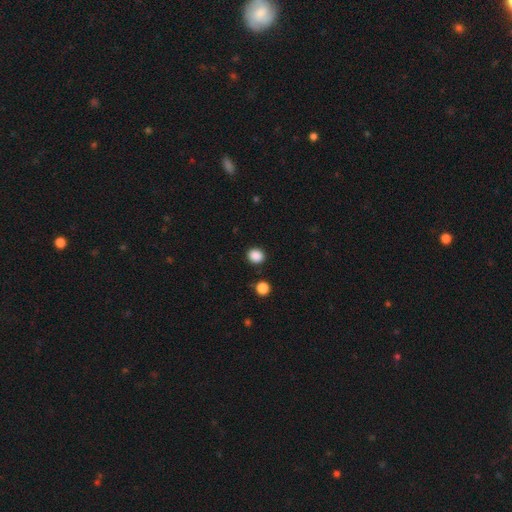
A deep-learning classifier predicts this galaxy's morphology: smooth_or_featured: smooth (p=0.87) [alt: star or artifact p=0.10]
how_rounded: round (p=0.76) [alt: in between p=0.23]
merging: none (p=0.88) [alt: minor disturbance p=0.07]